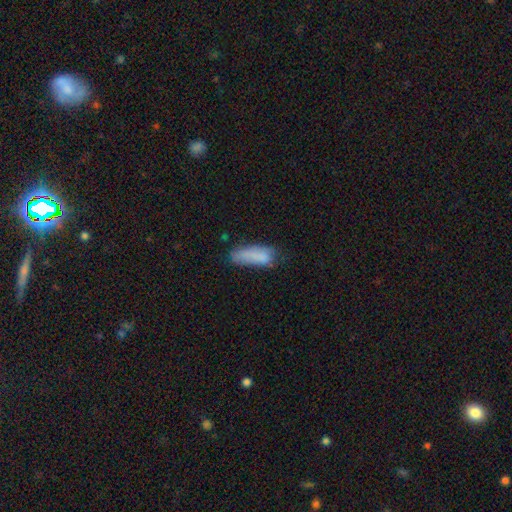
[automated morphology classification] Q: Smooth or featured?
A: smooth (80%); runner-up: featured or disk (11%)
Q: How rounded?
A: in between (58%); runner-up: cigar-shaped (40%)
Q: Merging?
A: none (47%); runner-up: minor disturbance (34%)